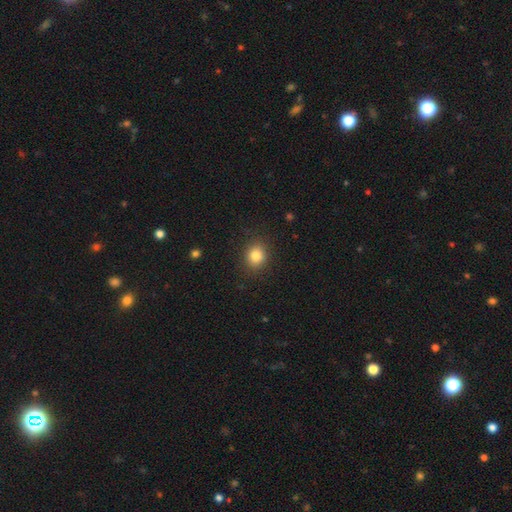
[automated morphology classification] smooth_or_featured: smooth (p=0.84) [alt: star or artifact p=0.11]
how_rounded: round (p=0.68) [alt: in between p=0.31]
merging: none (p=0.87) [alt: minor disturbance p=0.09]